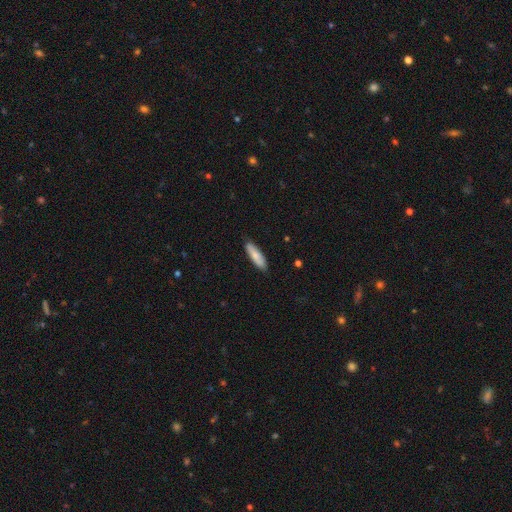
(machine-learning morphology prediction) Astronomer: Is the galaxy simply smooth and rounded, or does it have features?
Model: smooth — 79%.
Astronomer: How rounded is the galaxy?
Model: cigar-shaped — 60% (runner-up: in between, 39%).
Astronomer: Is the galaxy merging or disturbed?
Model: none — 86%.